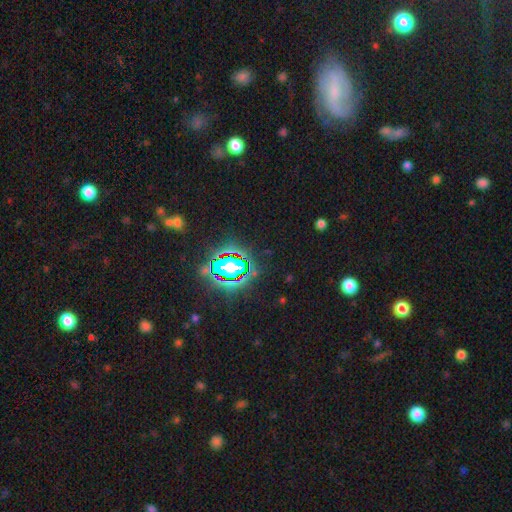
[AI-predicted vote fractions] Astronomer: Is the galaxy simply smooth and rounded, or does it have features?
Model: star or artifact — 77%.